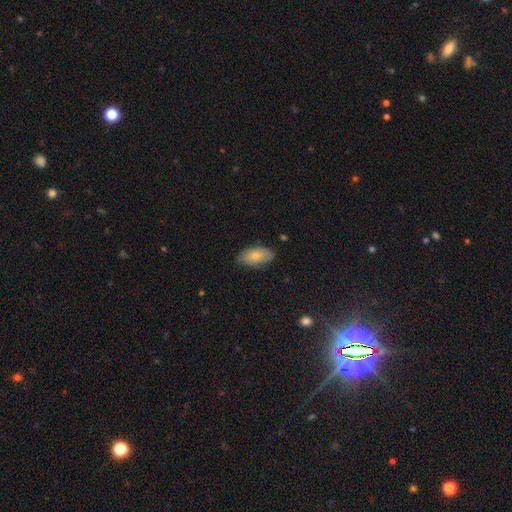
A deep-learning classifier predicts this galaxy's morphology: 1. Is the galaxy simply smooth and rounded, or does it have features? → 74% smooth, 20% featured or disk, 6% star or artifact.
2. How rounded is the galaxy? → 93% in between, 4% cigar-shaped, 3% round.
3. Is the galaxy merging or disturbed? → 75% none, 21% minor disturbance, 3% major disturbance, 1% merger.